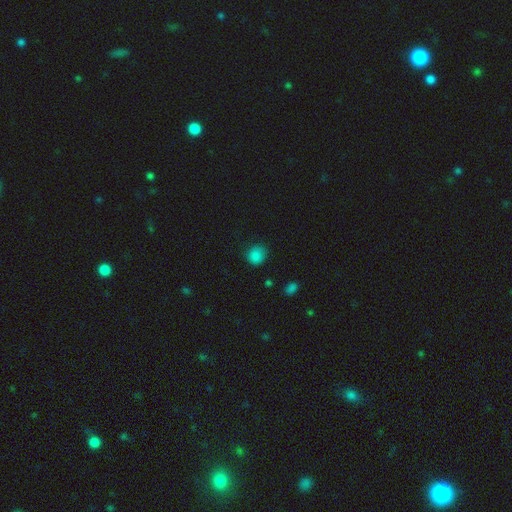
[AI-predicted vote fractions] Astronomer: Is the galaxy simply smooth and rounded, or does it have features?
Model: smooth — 84%.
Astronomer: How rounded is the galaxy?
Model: round — 82%.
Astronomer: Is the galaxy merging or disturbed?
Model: none — 76%.